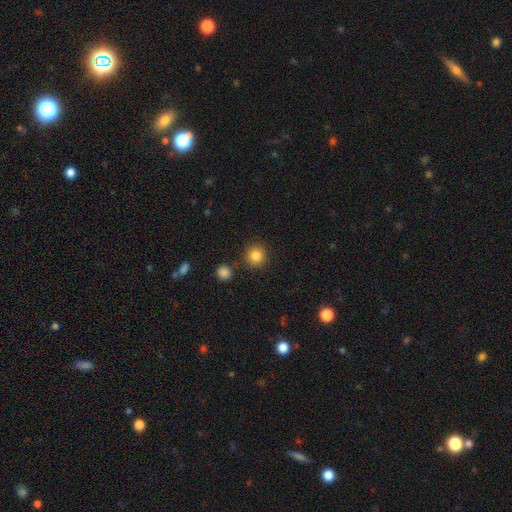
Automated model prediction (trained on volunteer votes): This appears to be a smooth galaxy with no disk features (84%) that is round (93%). Merging: none (87%).